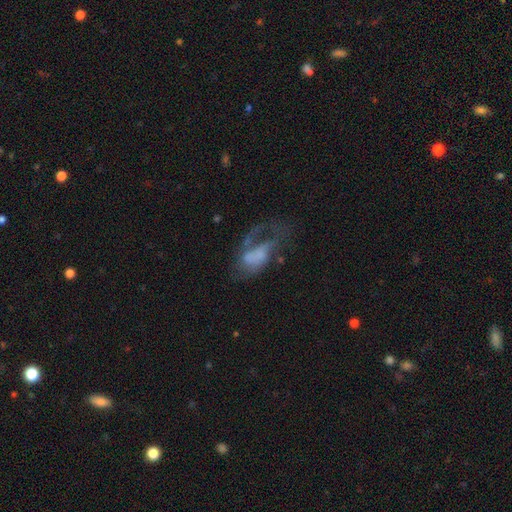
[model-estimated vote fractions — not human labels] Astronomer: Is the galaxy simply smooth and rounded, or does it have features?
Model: featured or disk — 59%.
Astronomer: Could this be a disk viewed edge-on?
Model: no — 96%.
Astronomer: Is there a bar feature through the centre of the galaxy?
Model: no — 69%.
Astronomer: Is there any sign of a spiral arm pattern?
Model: yes — 56% (runner-up: no, 44%).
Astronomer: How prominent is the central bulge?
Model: none — 52%.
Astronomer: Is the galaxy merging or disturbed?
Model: major disturbance — 53%.